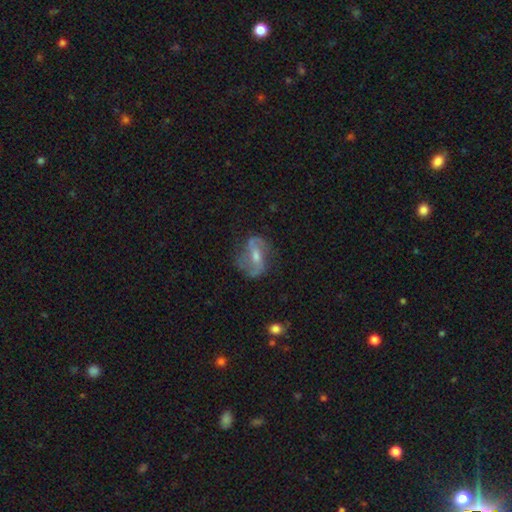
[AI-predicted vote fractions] A featured or disk galaxy (78%) with a strong bar (40%), 2 (86%) loose (51%) spiral arms (89%) and a moderate central bulge (52%).

Vote fractions:
- Smooth or featured? featured or disk: 78% / smooth: 14% / star or artifact: 8%
- Edge-on disk? no: 94% / yes: 6%
- Bar? strong: 40% / weak: 38% / no: 22%
- Spiral arms? yes: 89% / no: 11%
- Spiral winding? loose: 51% / medium: 36% / tight: 13%
- Spiral arm count? 2: 86% / can't tell: 7% / 1: 3% / 3: 2% / 4: 1% / more than 4: 1%
- Bulge size? moderate: 52% / small: 40% / none: 3% / large: 3% / dominant: 1%
- Merging? none: 72% / minor disturbance: 18% / major disturbance: 9% / merger: 2%